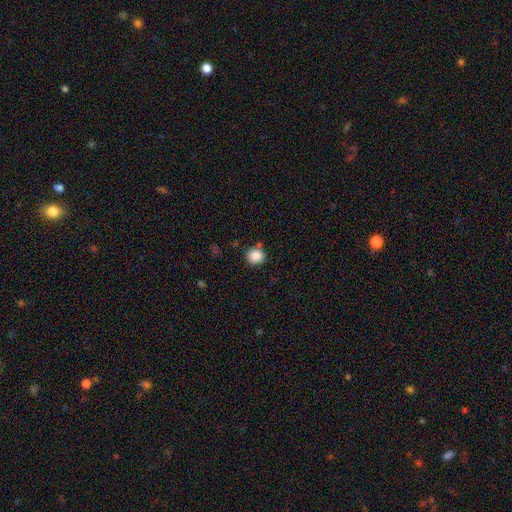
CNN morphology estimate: Overall: smooth (87%). How rounded: round (89%). Merging: none (81%).